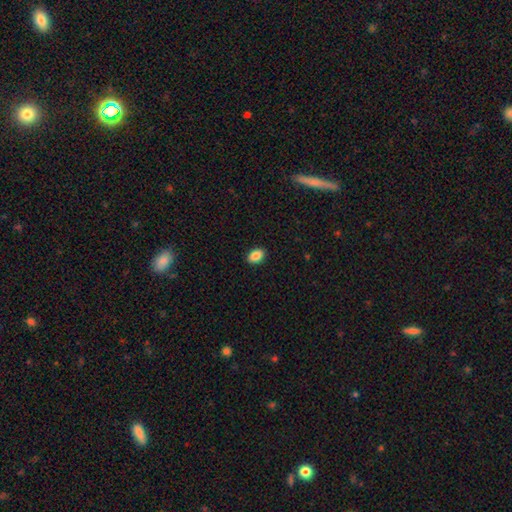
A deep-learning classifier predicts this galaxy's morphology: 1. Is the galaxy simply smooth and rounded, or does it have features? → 87% smooth, 8% star or artifact, 5% featured or disk.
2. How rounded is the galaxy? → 83% in between, 15% round, 1% cigar-shaped.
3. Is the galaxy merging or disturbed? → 91% none, 7% minor disturbance, 2% major disturbance, 1% merger.